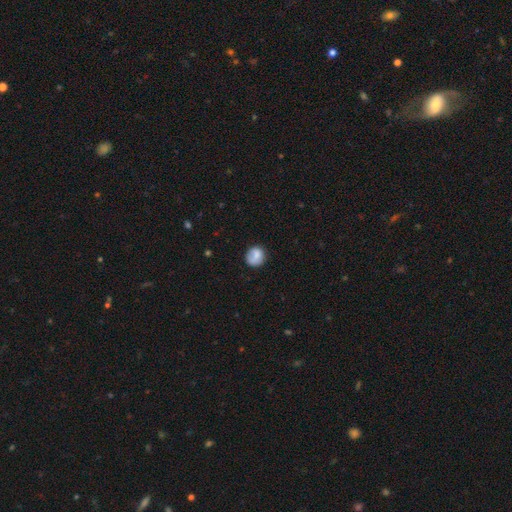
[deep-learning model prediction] This is likely a smooth galaxy (77%). How rounded: clearly round (81%). Merging: likely none (70%).